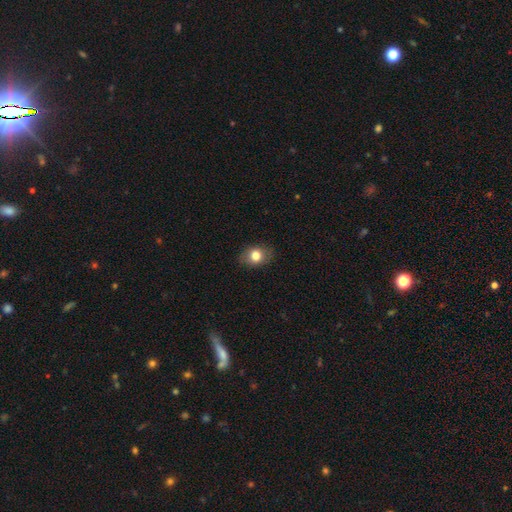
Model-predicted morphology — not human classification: Smooth or featured?
  - smooth: 78% *
  - featured or disk: 13%
  - star or artifact: 9%
How rounded?
  - in between: 66% *
  - round: 33%
  - cigar-shaped: 1%
Merging?
  - none: 83% *
  - minor disturbance: 13%
  - major disturbance: 3%
  - merger: 1%